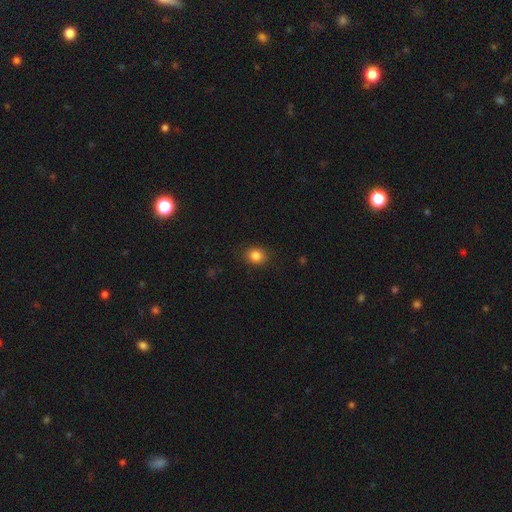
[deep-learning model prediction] The model was most divided on "how rounded": round: 65%, in between: 34%, cigar-shaped: 1%. More confident: merging — none (88%); smooth or featured — smooth (85%).